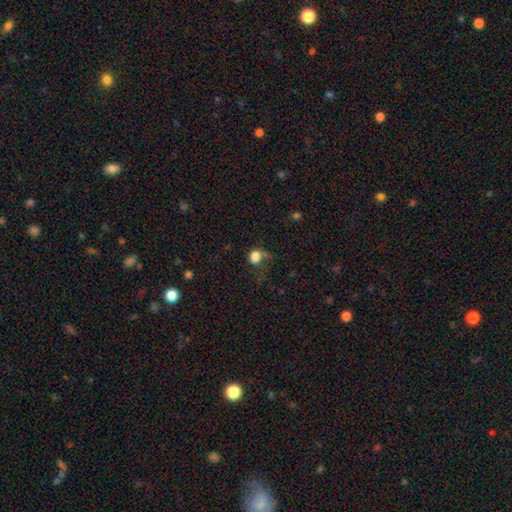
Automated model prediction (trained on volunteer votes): A smooth galaxy with no disk features (79%) that is round (74%). Merging: none (42%).